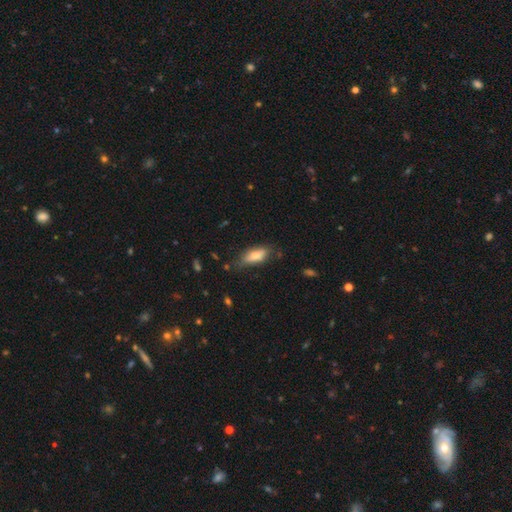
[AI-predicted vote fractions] smooth-or-featured: smooth: 74% | featured or disk: 19% | star or artifact: 7%
  how-rounded: in between: 72% | cigar-shaped: 26% | round: 2%
  merging: none: 64% | minor disturbance: 26% | major disturbance: 7% | merger: 3%